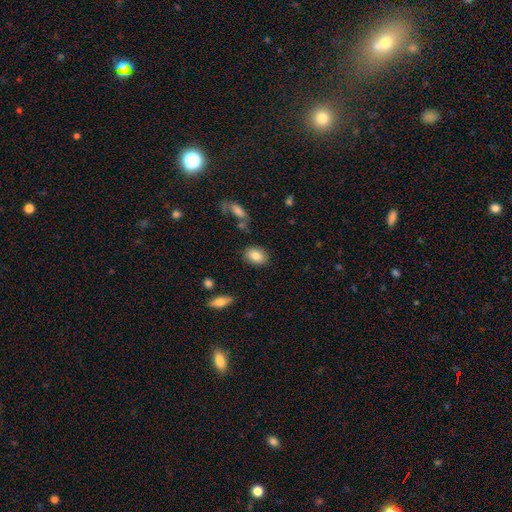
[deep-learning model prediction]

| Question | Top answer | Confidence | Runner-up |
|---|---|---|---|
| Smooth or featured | smooth | 83% | featured or disk (9%) |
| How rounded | in between | 78% | round (20%) |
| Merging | none | 85% | minor disturbance (10%) |